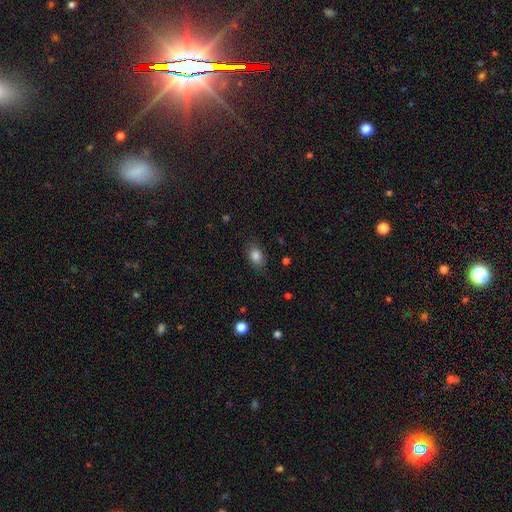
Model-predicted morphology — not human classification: A smooth galaxy with no disk features (84%) that is in between round and cigar-shaped (81%).

Vote fractions:
- Smooth or featured? smooth: 84% / star or artifact: 9% / featured or disk: 6%
- How rounded? in between: 81% / round: 17% / cigar-shaped: 2%
- Merging? none: 82% / minor disturbance: 13% / major disturbance: 4% / merger: 1%